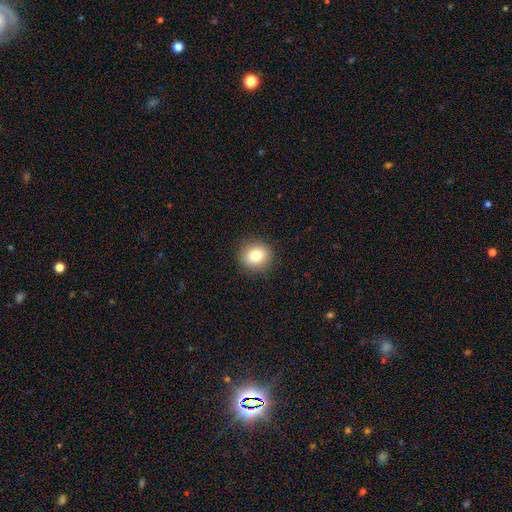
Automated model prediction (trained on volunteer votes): The model was most divided on "how rounded": round: 80%, in between: 19%, cigar-shaped: 1%. More confident: merging — none (89%); smooth or featured — smooth (82%).